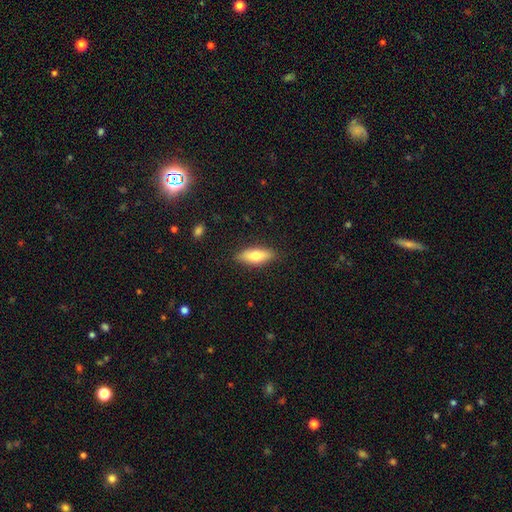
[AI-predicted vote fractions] This appears to be a smooth galaxy with no disk features (71%) that is in between round and cigar-shaped (65%). Merging: none (86%).